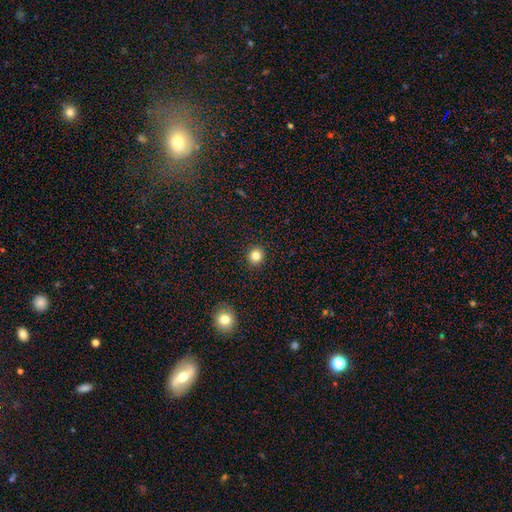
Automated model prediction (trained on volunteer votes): Smooth or featured: smooth — 83% (star or artifact — 12%)
How rounded: round — 89% (in between — 10%)
Merging: none — 92% (minor disturbance — 5%)